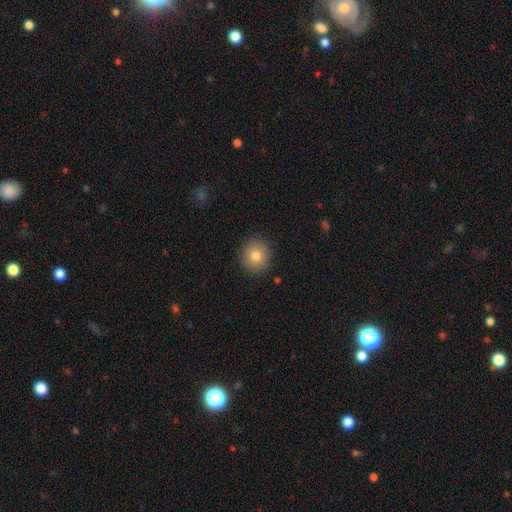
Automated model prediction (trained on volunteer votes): This appears to be a smooth galaxy with no disk features (81%) that is round (85%). Merging: none (90%).